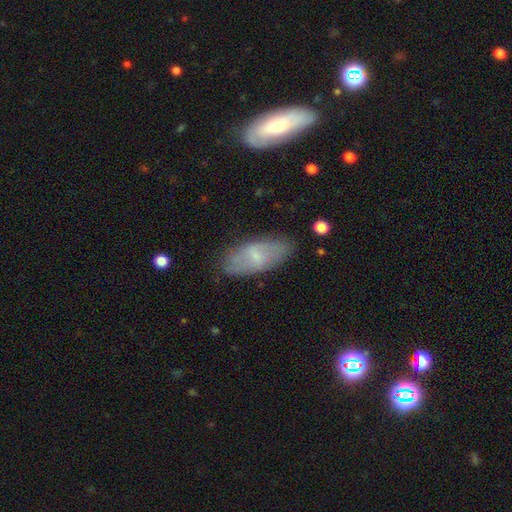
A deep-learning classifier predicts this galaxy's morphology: Smooth or featured? Predicted: smooth (p=0.55). How rounded? Predicted: in between (p=0.84). Merging? Predicted: none (p=0.75).